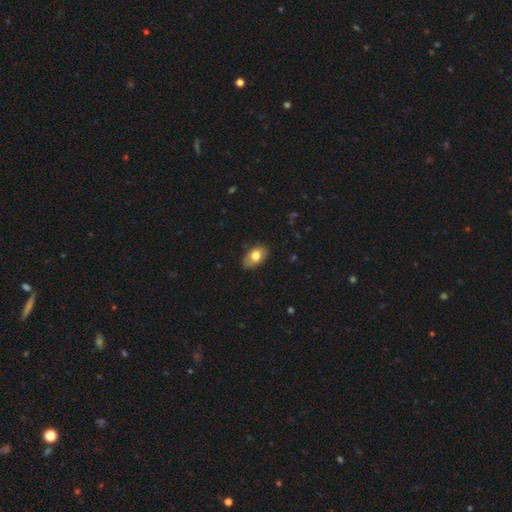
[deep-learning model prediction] Smooth or featured: smooth — 77% (featured or disk — 16%)
How rounded: in between — 90% (round — 8%)
Merging: none — 84% (minor disturbance — 12%)